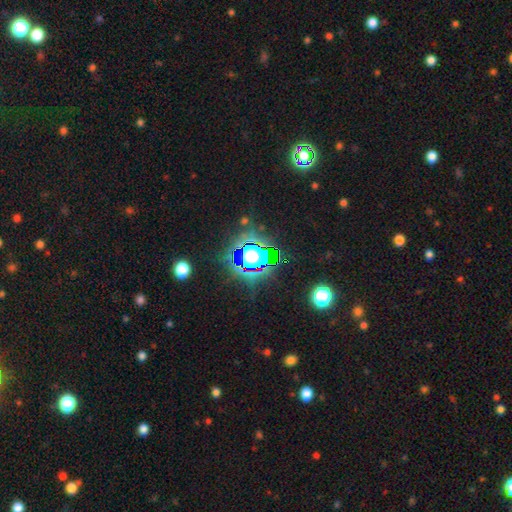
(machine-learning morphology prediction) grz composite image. It shows a star or artifact, not a galaxy (77%).